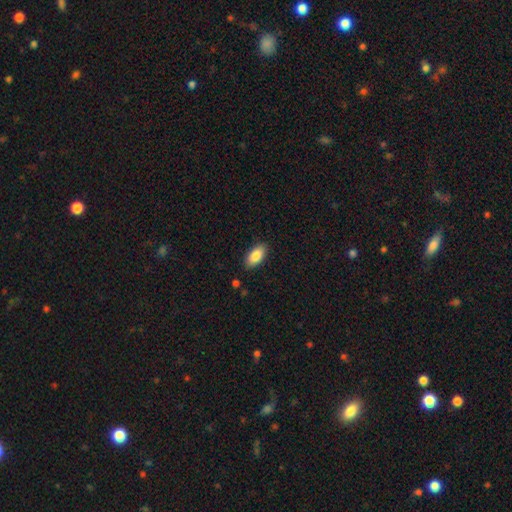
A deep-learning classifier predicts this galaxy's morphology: smooth-or-featured: smooth: 87% | featured or disk: 7% | star or artifact: 6%
  how-rounded: in between: 93% | cigar-shaped: 5% | round: 3%
  merging: none: 88% | minor disturbance: 9% | major disturbance: 2% | merger: 1%